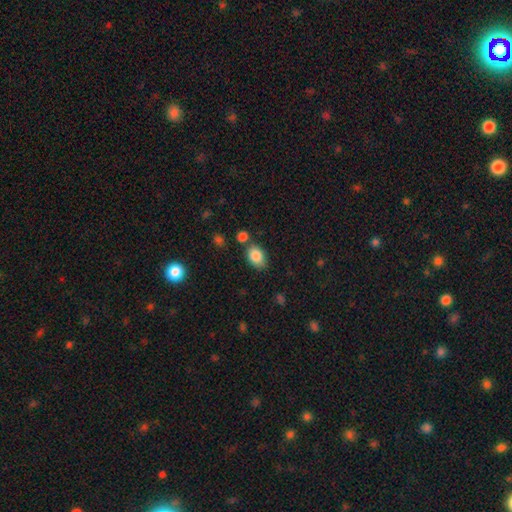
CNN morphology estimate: Smooth or featured: smooth — 86% (star or artifact — 8%)
How rounded: in between — 80% (round — 19%)
Merging: none — 70% (minor disturbance — 16%)